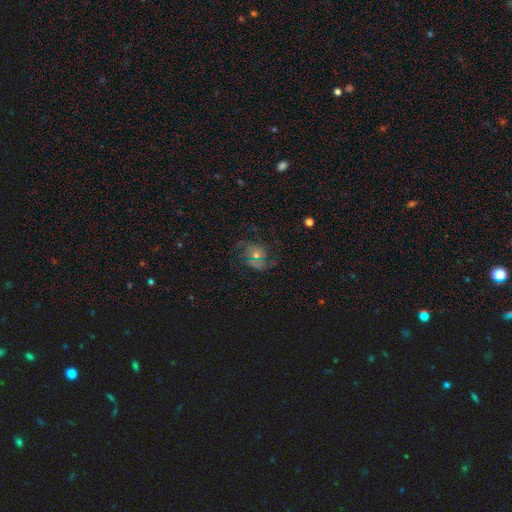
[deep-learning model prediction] Smooth or featured? Predicted: featured or disk (p=0.63). Edge-on disk? Predicted: no (p=0.97). Bar? Predicted: no (p=0.75). Spiral arms? Predicted: yes (p=0.86). Spiral winding? Predicted: medium (p=0.47). Spiral arm count? Predicted: 2 (p=0.52). Bulge size? Predicted: small (p=0.47). Merging? Predicted: none (p=0.65).